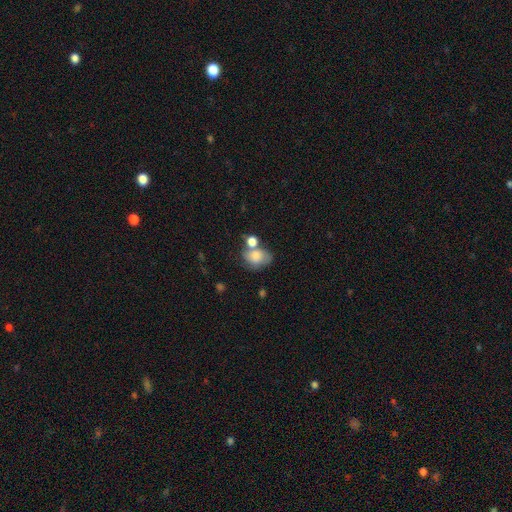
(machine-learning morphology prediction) Q: Smooth or featured?
A: smooth (73%); runner-up: featured or disk (17%)
Q: How rounded?
A: in between (64%); runner-up: round (34%)
Q: Merging?
A: none (37%); runner-up: merger (32%)